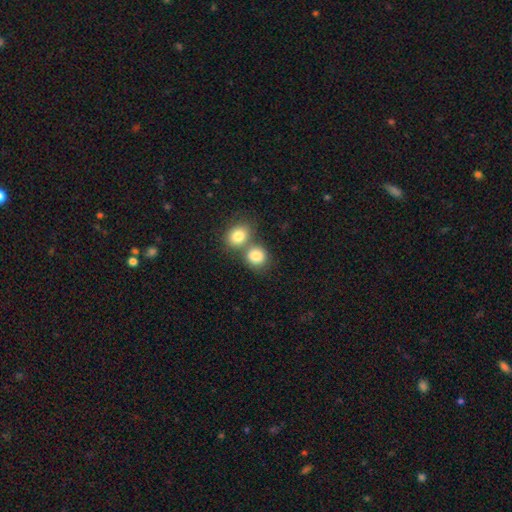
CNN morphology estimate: Smooth or featured? smooth (83%)
How rounded? round (77%)
Merging? merger (45%)